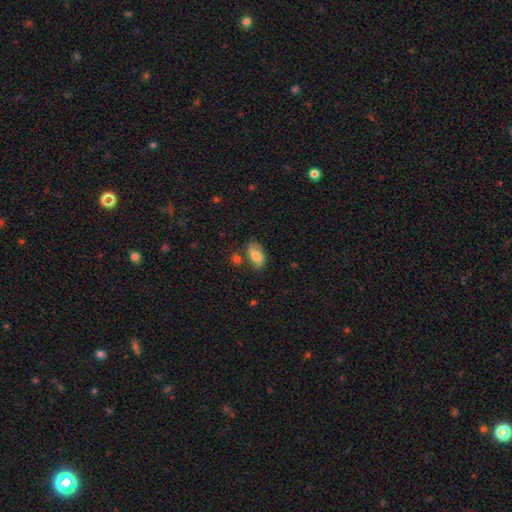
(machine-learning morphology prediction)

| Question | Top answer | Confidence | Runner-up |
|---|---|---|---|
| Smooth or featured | smooth | 76% | featured or disk (16%) |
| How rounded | in between | 92% | round (5%) |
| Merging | none | 72% | minor disturbance (17%) |